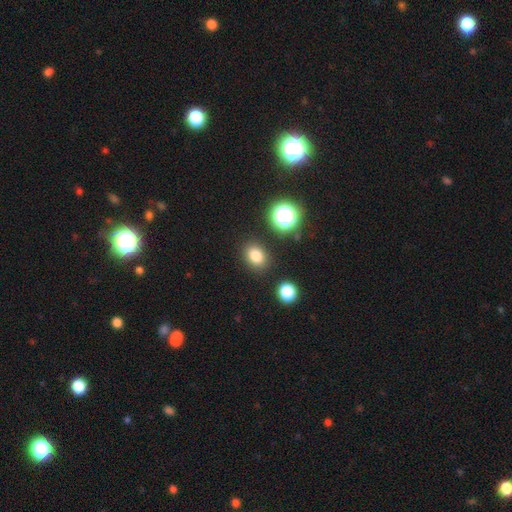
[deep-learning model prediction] Q: Smooth or featured?
A: smooth (80%); runner-up: star or artifact (14%)
Q: How rounded?
A: in between (52%); runner-up: round (47%)
Q: Merging?
A: none (85%); runner-up: minor disturbance (9%)